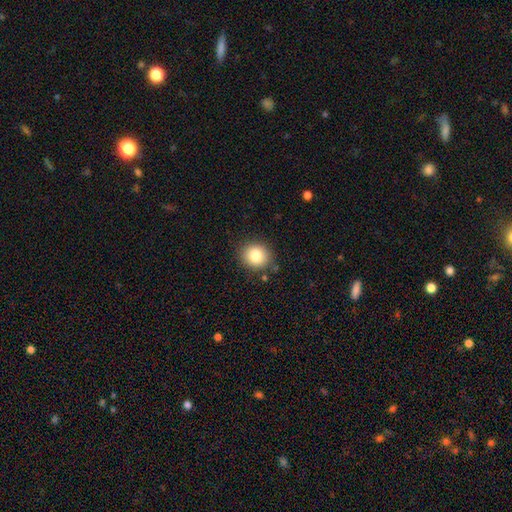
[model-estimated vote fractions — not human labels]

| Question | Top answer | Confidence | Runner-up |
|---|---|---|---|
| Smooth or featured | smooth | 85% | star or artifact (9%) |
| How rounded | round | 79% | in between (21%) |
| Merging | none | 86% | minor disturbance (9%) |